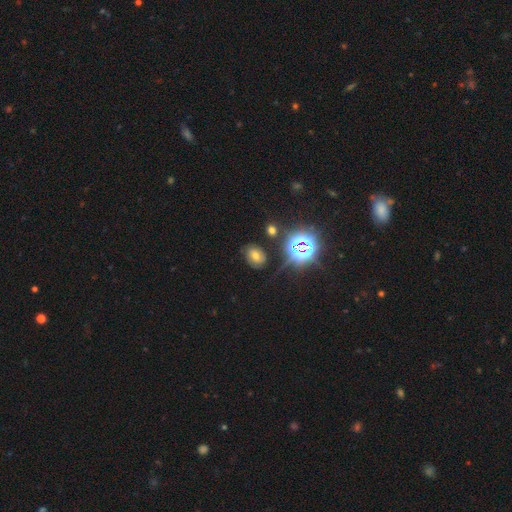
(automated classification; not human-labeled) smooth_or_featured: smooth (p=0.47) [alt: star or artifact p=0.33]
merging: none (p=0.77) [alt: minor disturbance p=0.15]